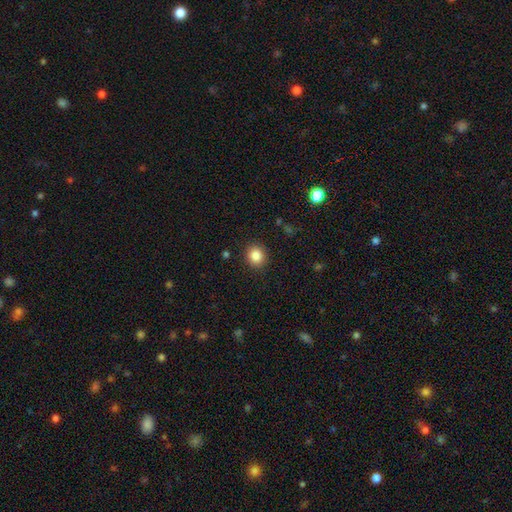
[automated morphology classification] Q: Smooth or featured?
A: smooth (85%); runner-up: star or artifact (10%)
Q: How rounded?
A: round (83%); runner-up: in between (16%)
Q: Merging?
A: none (90%); runner-up: minor disturbance (7%)